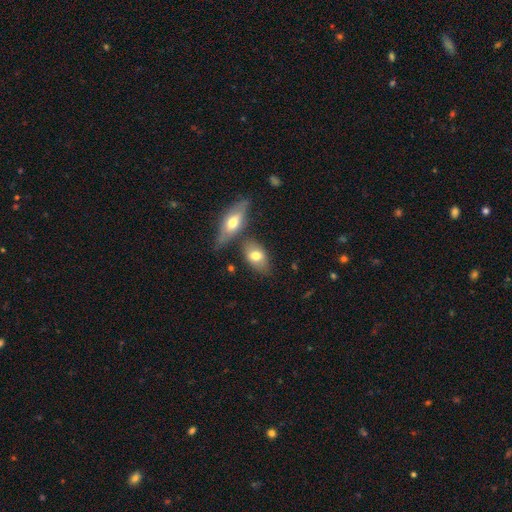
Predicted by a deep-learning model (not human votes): Q: Smooth or featured?
A: smooth (72%); runner-up: featured or disk (21%)
Q: How rounded?
A: in between (88%); runner-up: round (8%)
Q: Merging?
A: none (63%); runner-up: merger (19%)